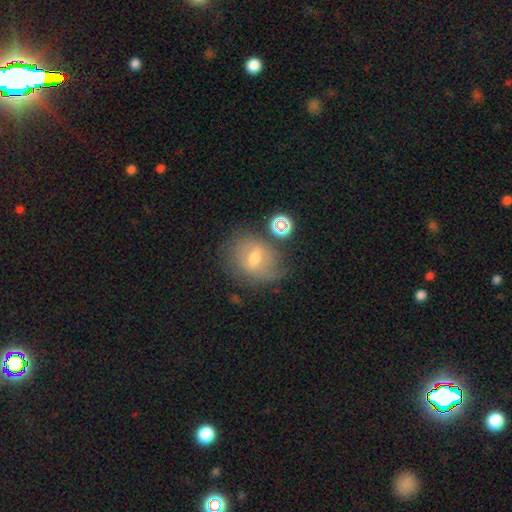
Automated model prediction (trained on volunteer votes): smooth-or-featured: featured or disk: 46% | smooth: 40% | star or artifact: 14%
  merging: none: 60% | minor disturbance: 21% | major disturbance: 10% | merger: 8%